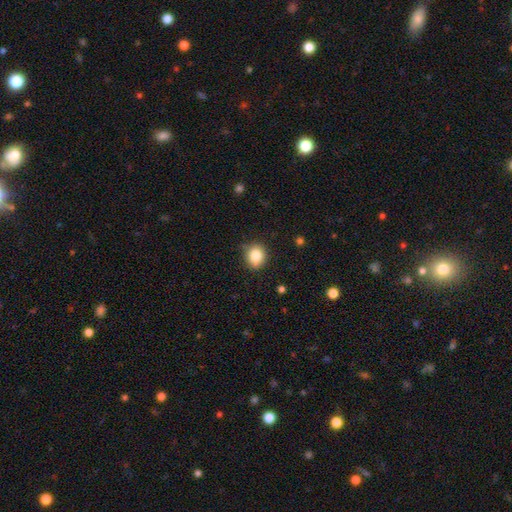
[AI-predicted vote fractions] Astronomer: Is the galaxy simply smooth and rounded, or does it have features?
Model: smooth — 83%.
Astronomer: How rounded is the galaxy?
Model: round — 70%.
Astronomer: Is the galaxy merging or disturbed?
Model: none — 80%.